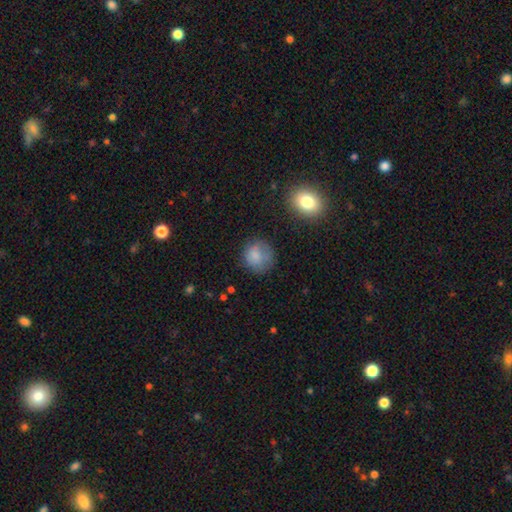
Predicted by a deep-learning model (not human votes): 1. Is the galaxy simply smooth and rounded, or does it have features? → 79% smooth, 11% featured or disk, 11% star or artifact.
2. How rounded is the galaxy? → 85% round, 14% in between, 1% cigar-shaped.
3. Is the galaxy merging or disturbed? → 67% none, 21% minor disturbance, 9% major disturbance, 3% merger.